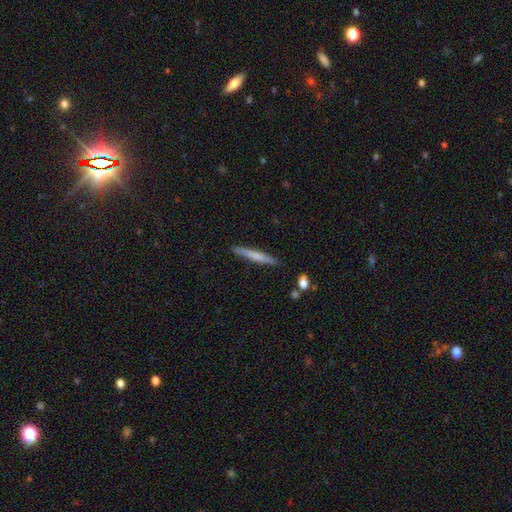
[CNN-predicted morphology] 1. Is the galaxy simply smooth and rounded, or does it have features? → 61% smooth, 33% featured or disk, 6% star or artifact.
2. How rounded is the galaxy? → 96% cigar-shaped, 3% in between, 1% round.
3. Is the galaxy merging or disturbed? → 88% none, 9% minor disturbance, 2% merger, 2% major disturbance.